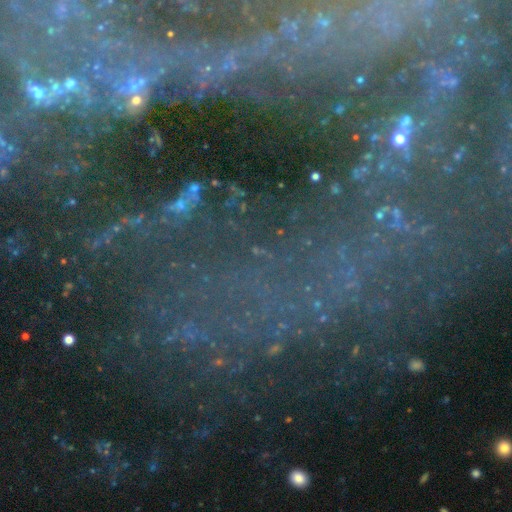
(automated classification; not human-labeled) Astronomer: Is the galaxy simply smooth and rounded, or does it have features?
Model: star or artifact — 55% (runner-up: featured or disk, 32%).